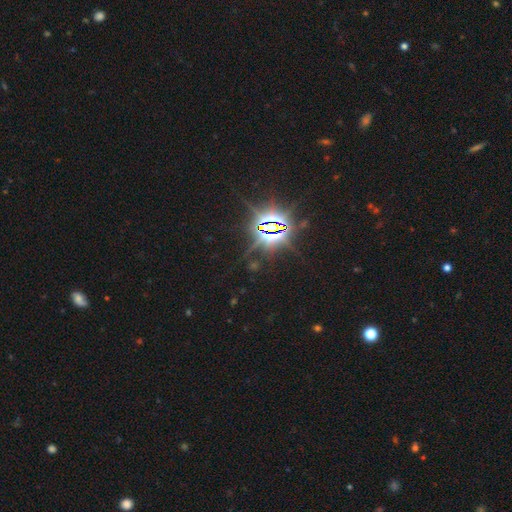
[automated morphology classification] smooth_or_featured: star or artifact (p=0.86) [alt: smooth p=0.08]